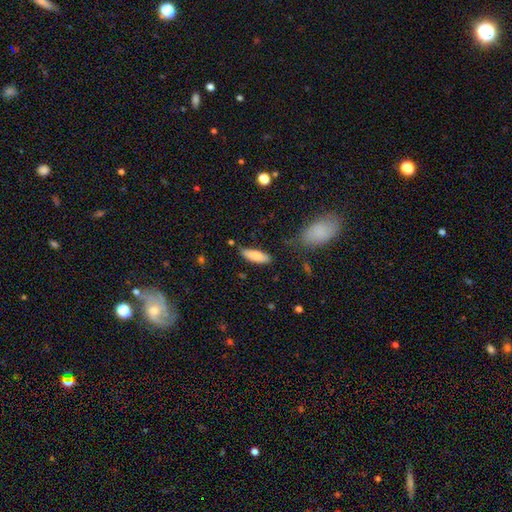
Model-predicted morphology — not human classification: Smooth or featured: smooth — 80% (featured or disk — 13%)
How rounded: in between — 59% (cigar-shaped — 40%)
Merging: none — 76% (minor disturbance — 16%)